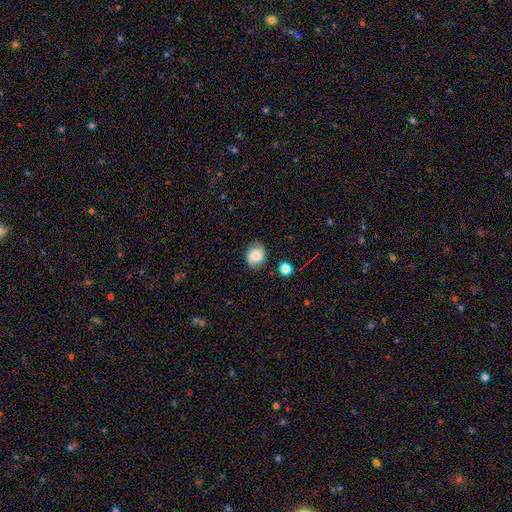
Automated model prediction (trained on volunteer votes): This is likely a smooth galaxy (71%). How rounded: likely round (63%). Merging: likely none (74%).